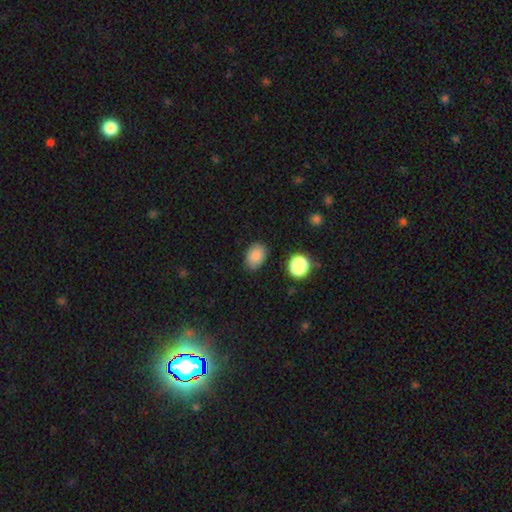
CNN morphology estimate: A smooth galaxy with no disk features (85%) that is in between round and cigar-shaped (77%).

Vote fractions:
- Smooth or featured? smooth: 85% / star or artifact: 10% / featured or disk: 5%
- How rounded? in between: 77% / round: 22% / cigar-shaped: 1%
- Merging? none: 82% / minor disturbance: 13% / major disturbance: 3% / merger: 2%